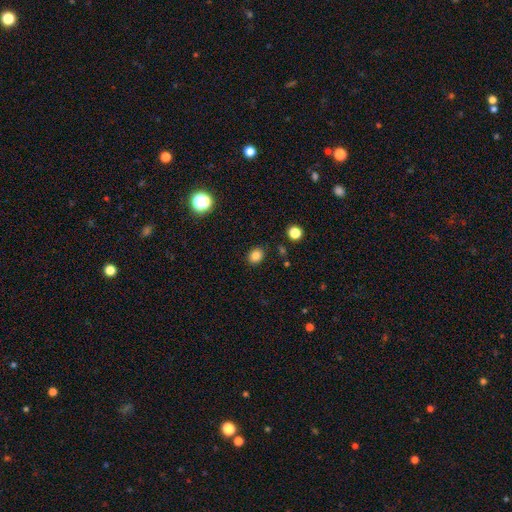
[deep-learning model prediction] Smooth or featured: smooth — 83% (star or artifact — 12%)
How rounded: round — 51% (in between — 48%)
Merging: none — 86% (minor disturbance — 9%)